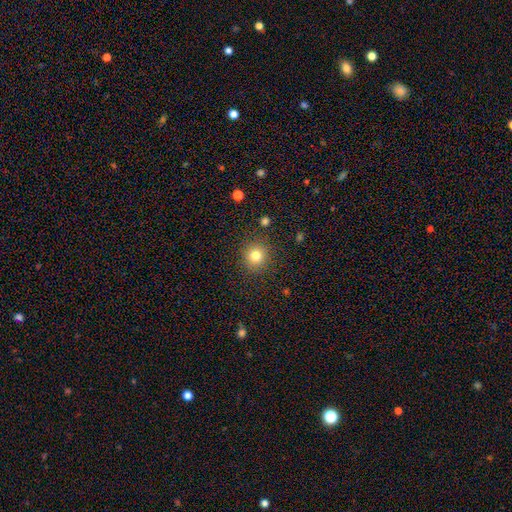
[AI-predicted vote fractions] The model was most divided on "smooth or featured": smooth: 80%, star or artifact: 13%, featured or disk: 7%. More confident: how rounded — round (91%); merging — none (89%).